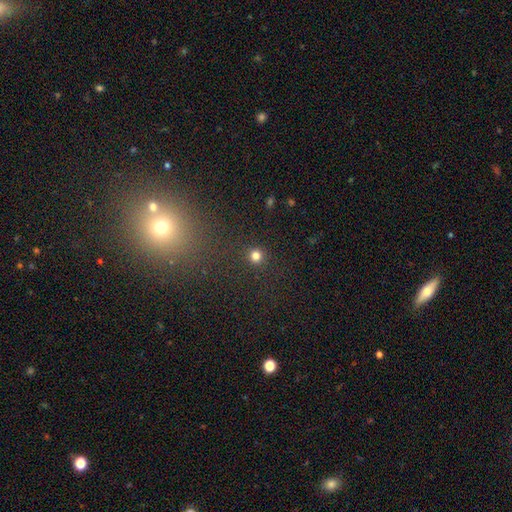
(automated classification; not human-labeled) A smooth galaxy with no disk features (80%) that is round (94%).

Vote fractions:
- Smooth or featured? smooth: 80% / star or artifact: 15% / featured or disk: 5%
- How rounded? round: 94% / in between: 5% / cigar-shaped: 1%
- Merging? none: 91% / minor disturbance: 5% / major disturbance: 2% / merger: 2%